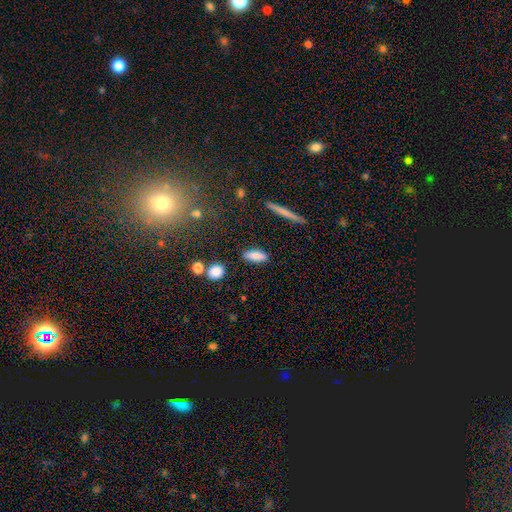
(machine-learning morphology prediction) This appears to be a smooth galaxy with no disk features (82%) that is in between round and cigar-shaped (67%). Merging: none (85%).